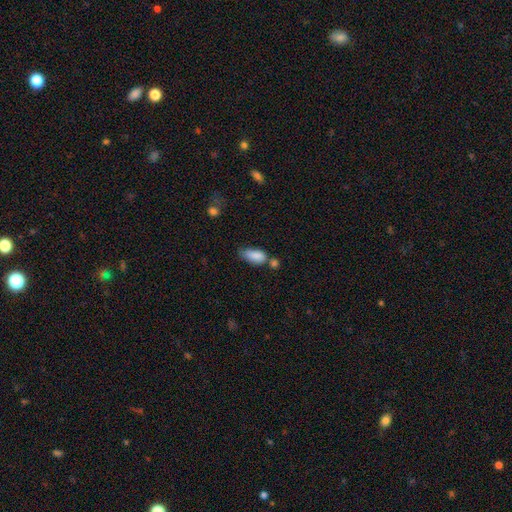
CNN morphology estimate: smooth 84%, featured or disk 8%, star or artifact 8%. Down the decision tree: how rounded — in between (88%); merging — none (37%).